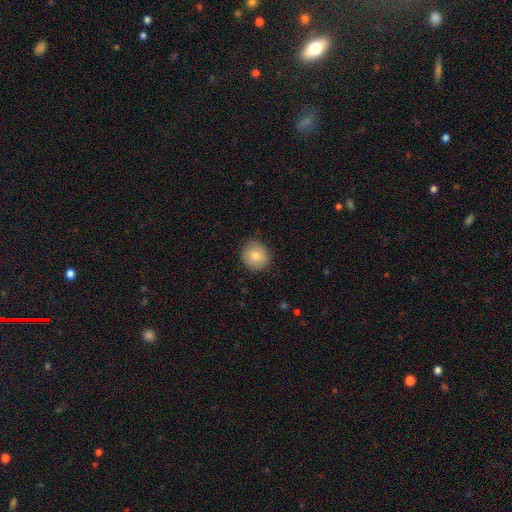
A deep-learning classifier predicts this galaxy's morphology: Smooth or featured?
  - smooth: 79% *
  - featured or disk: 12%
  - star or artifact: 9%
How rounded?
  - round: 90% *
  - in between: 9%
  - cigar-shaped: 1%
Merging?
  - none: 87% *
  - minor disturbance: 10%
  - major disturbance: 2%
  - merger: 1%